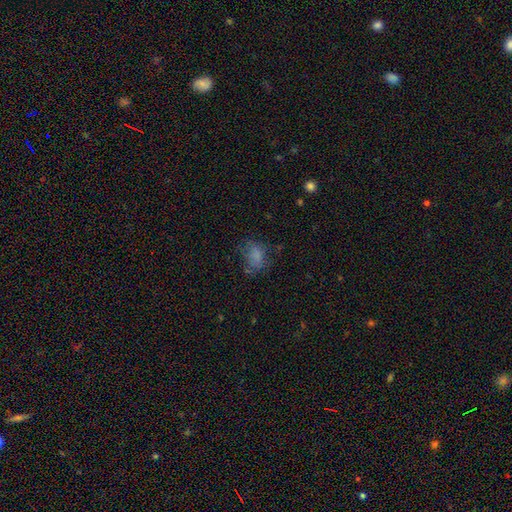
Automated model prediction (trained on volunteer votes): Smooth or featured: smooth — 67% (featured or disk — 18%)
How rounded: in between — 67% (round — 32%)
Merging: none — 49% (minor disturbance — 25%)